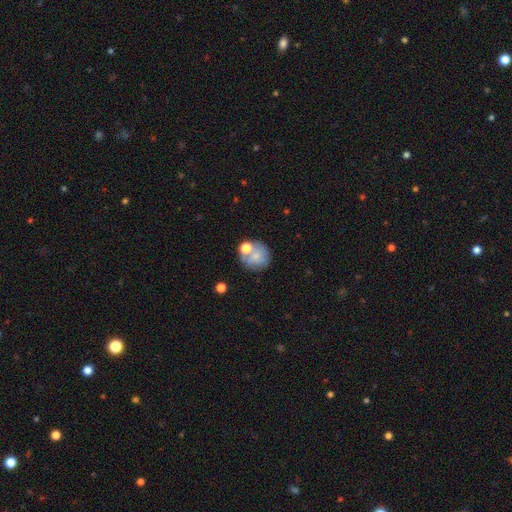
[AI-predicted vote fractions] Smooth or featured?
  - smooth: 66% *
  - featured or disk: 24%
  - star or artifact: 10%
How rounded?
  - round: 86% *
  - in between: 13%
  - cigar-shaped: 1%
Merging?
  - none: 53% *
  - merger: 23%
  - minor disturbance: 16%
  - major disturbance: 8%